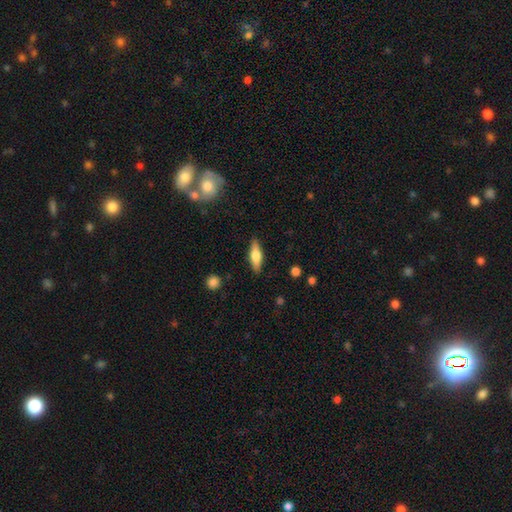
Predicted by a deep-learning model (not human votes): Morphology: type=smooth (57%); roundness=cigar-shaped (50%); merging=none (88%).